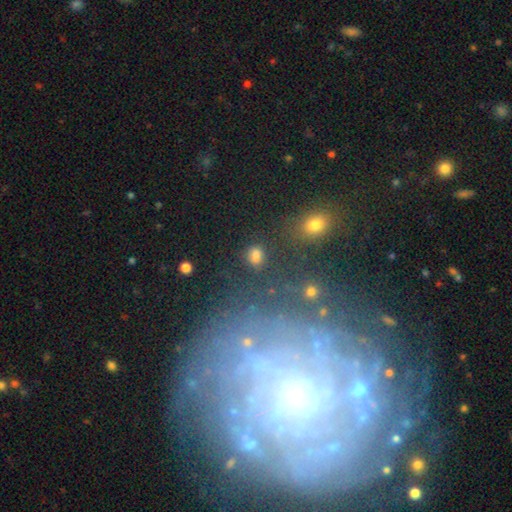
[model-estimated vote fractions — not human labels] The model was most divided on "how rounded": round: 53%, in between: 45%, cigar-shaped: 2%. More confident: smooth or featured — smooth (74%); merging — none (69%).